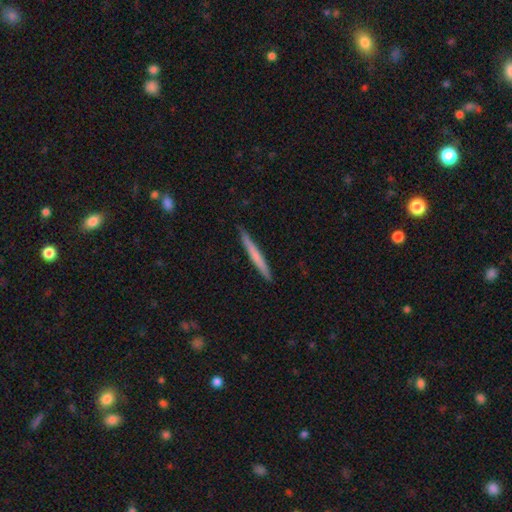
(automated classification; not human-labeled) smooth 60%, featured or disk 35%, star or artifact 5%. Down the decision tree: how rounded — cigar-shaped (97%); merging — none (91%).